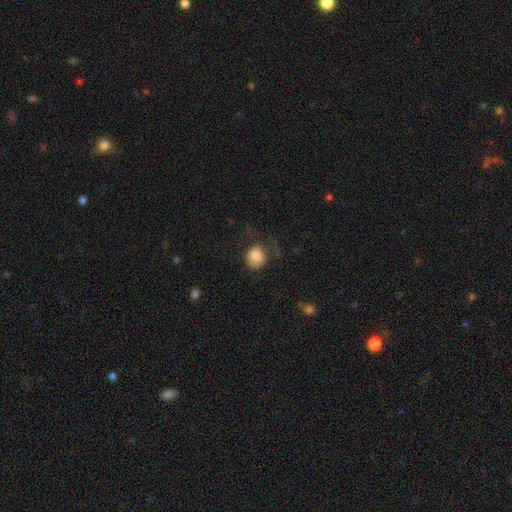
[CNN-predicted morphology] A smooth galaxy with no disk features (83%) that is round (73%). Merging: none (50%).